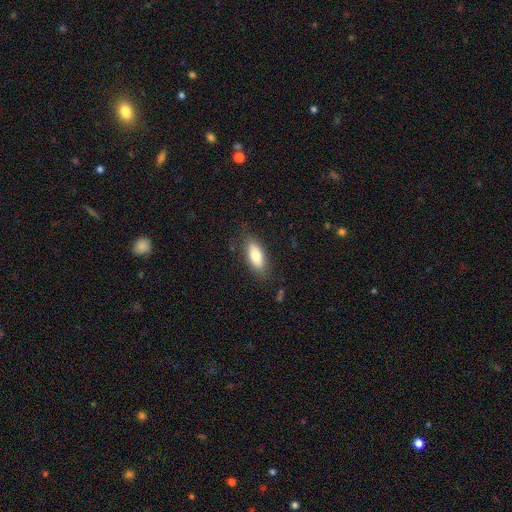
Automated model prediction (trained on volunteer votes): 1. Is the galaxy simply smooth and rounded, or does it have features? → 76% smooth, 17% featured or disk, 7% star or artifact.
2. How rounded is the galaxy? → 79% in between, 18% cigar-shaped, 3% round.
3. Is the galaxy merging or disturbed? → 81% none, 14% minor disturbance, 4% major disturbance, 1% merger.